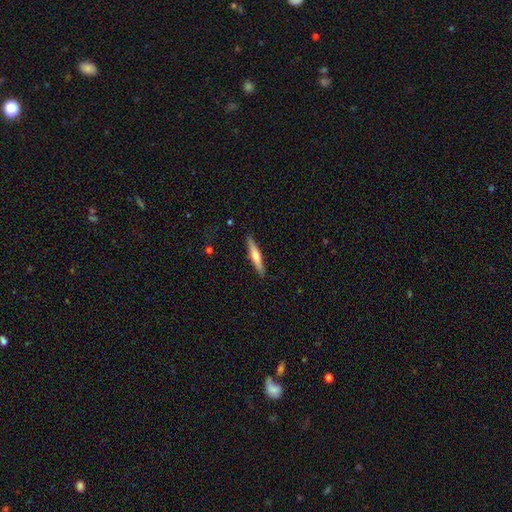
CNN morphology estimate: smooth-or-featured: featured or disk: 48% | smooth: 47% | star or artifact: 5%
  merging: none: 90% | minor disturbance: 7% | major disturbance: 2% | merger: 1%